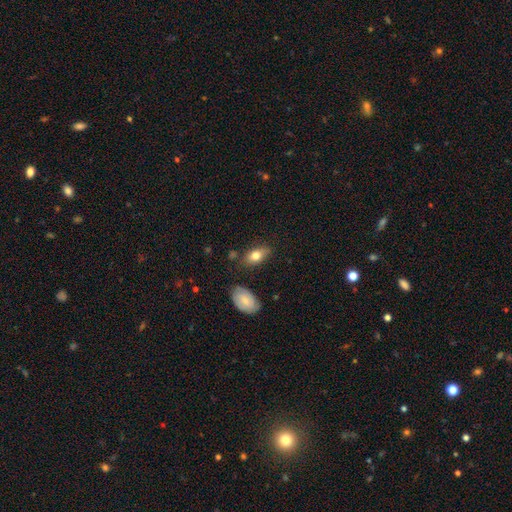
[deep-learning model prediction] This appears to be a smooth galaxy with no disk features (75%) that is in between round and cigar-shaped (87%). Merging: none (75%).